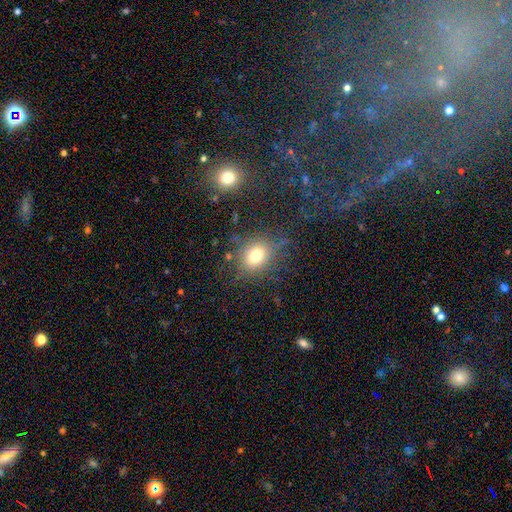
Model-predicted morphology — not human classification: Smooth or featured: smooth — 74% (star or artifact — 15%)
How rounded: round — 55% (in between — 44%)
Merging: none — 74% (minor disturbance — 15%)